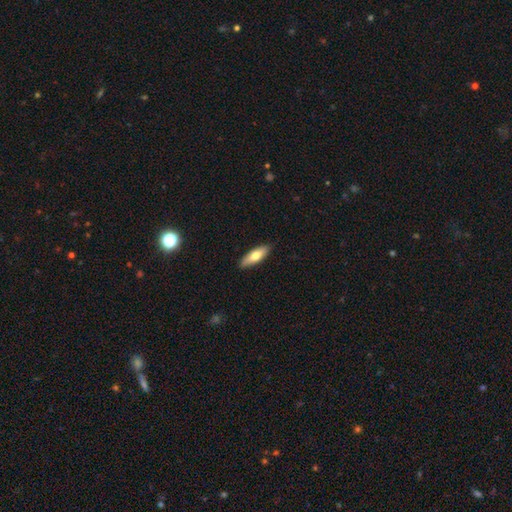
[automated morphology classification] Smooth or featured?
  - smooth: 68% *
  - featured or disk: 26%
  - star or artifact: 6%
How rounded?
  - in between: 51% *
  - cigar-shaped: 47%
  - round: 2%
Merging?
  - none: 88% *
  - minor disturbance: 9%
  - major disturbance: 2%
  - merger: 1%